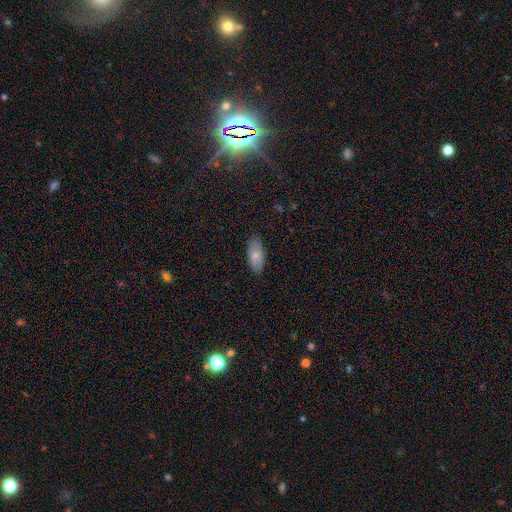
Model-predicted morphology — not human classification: Smooth or featured?
  - smooth: 78% *
  - featured or disk: 16%
  - star or artifact: 6%
How rounded?
  - in between: 90% *
  - cigar-shaped: 8%
  - round: 2%
Merging?
  - none: 85% *
  - minor disturbance: 12%
  - major disturbance: 2%
  - merger: 1%